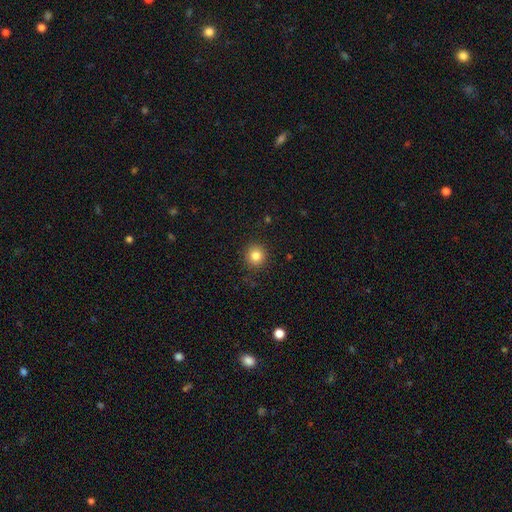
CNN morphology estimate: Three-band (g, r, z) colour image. It shows a smooth galaxy with no disk features (83%) that is round (92%). Merging: none (91%).